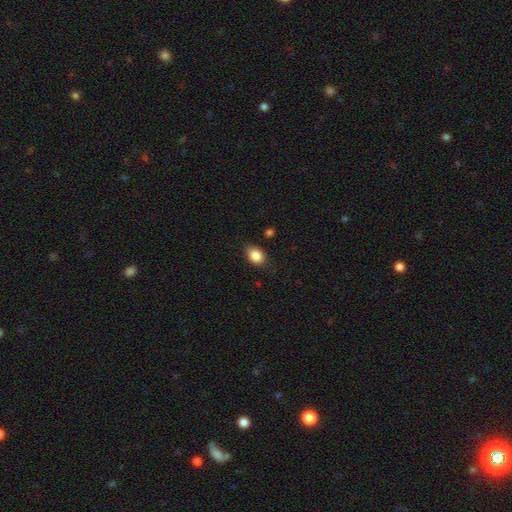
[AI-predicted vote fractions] This appears to be a smooth galaxy with no disk features (85%) that is in between round and cigar-shaped (67%). Merging: none (77%).